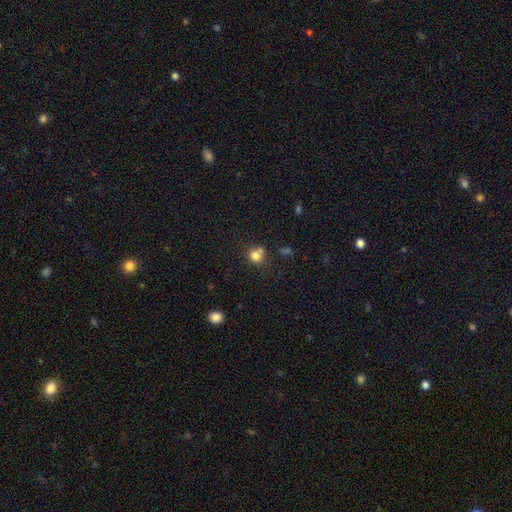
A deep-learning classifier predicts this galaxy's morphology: Overall: smooth (80%). How rounded: round (82%). Merging: none (58%; merger 20%).